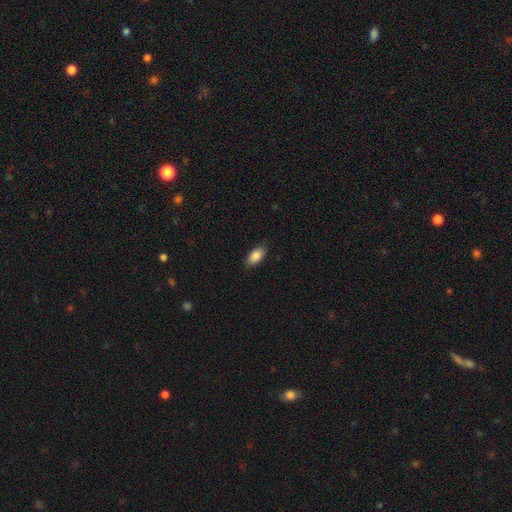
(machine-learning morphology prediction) Q: Smooth or featured?
A: smooth (88%); runner-up: star or artifact (7%)
Q: How rounded?
A: in between (91%); runner-up: cigar-shaped (6%)
Q: Merging?
A: none (86%); runner-up: minor disturbance (11%)